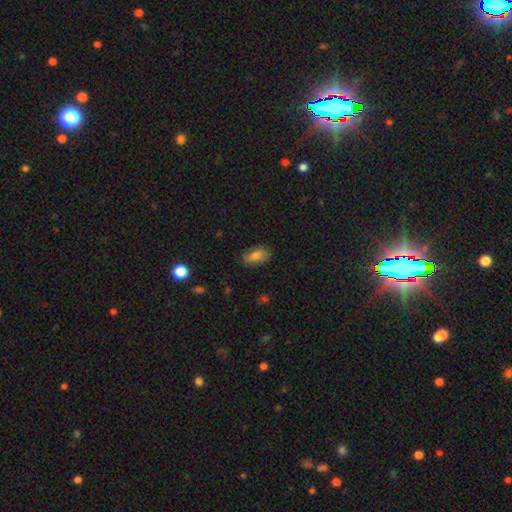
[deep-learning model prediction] Morphology: type=smooth (77%); roundness=in between (90%); merging=none (80%).